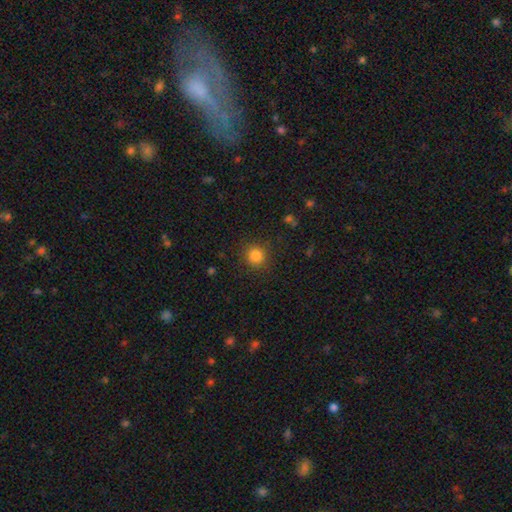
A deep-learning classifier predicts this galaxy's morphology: smooth-or-featured: smooth: 84% | star or artifact: 12% | featured or disk: 5%
  how-rounded: round: 92% | in between: 8% | cigar-shaped: 1%
  merging: none: 88% | minor disturbance: 8% | major disturbance: 3% | merger: 1%